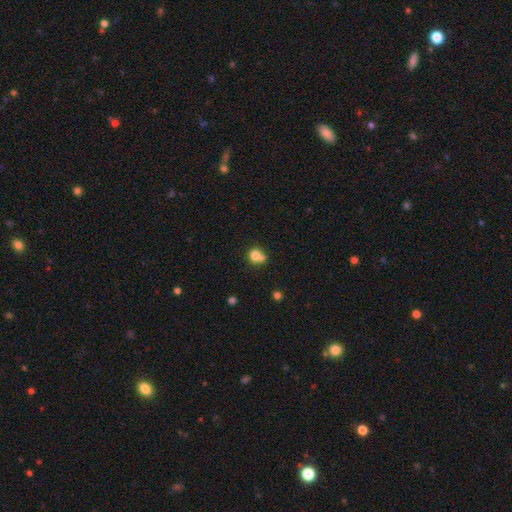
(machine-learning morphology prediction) Q: Smooth or featured?
A: smooth (77%); runner-up: featured or disk (12%)
Q: How rounded?
A: round (81%); runner-up: in between (19%)
Q: Merging?
A: none (43%); runner-up: merger (40%)